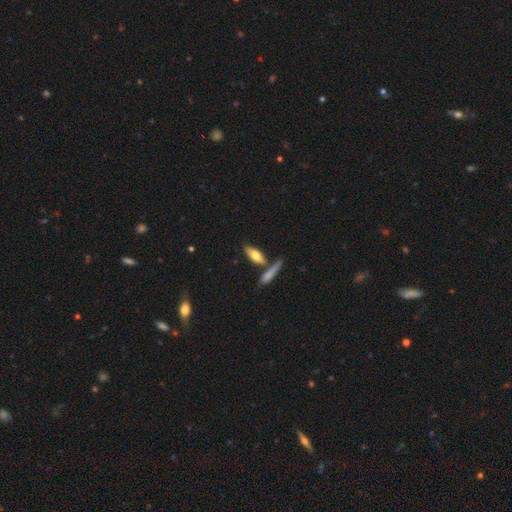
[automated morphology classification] Smooth or featured? Predicted: smooth (p=0.67). How rounded? Predicted: in between (p=0.62). Merging? Predicted: none (p=0.61).